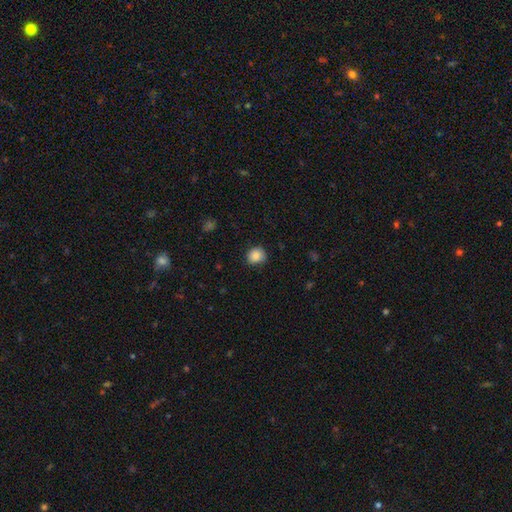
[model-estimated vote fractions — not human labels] smooth-or-featured: smooth: 86% | star or artifact: 9% | featured or disk: 4%
  how-rounded: round: 84% | in between: 16% | cigar-shaped: 1%
  merging: none: 82% | minor disturbance: 15% | major disturbance: 3% | merger: 1%